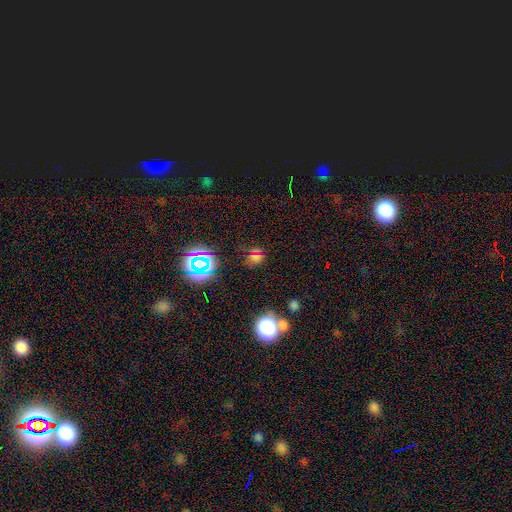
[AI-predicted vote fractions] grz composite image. It shows a star or artifact, not a galaxy (46%).